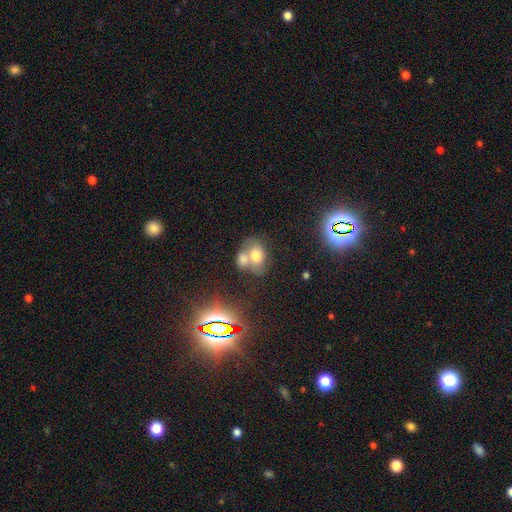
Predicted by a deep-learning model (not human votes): A smooth galaxy with no disk features (63%) that is in between round and cigar-shaped (69%). Merging: merger (61%).